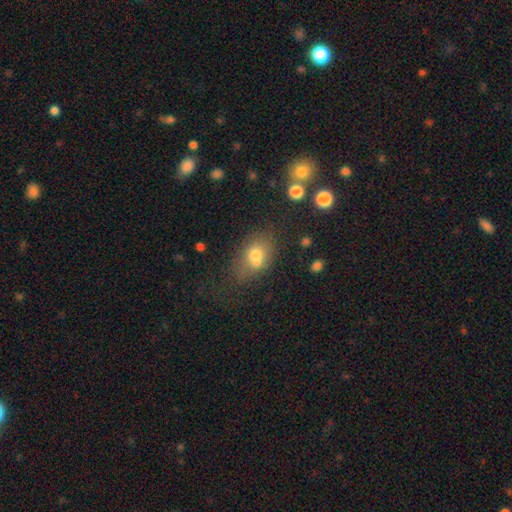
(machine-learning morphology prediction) Smooth or featured: smooth — 67% (featured or disk — 19%)
How rounded: in between — 66% (round — 31%)
Merging: none — 38% (merger — 34%)